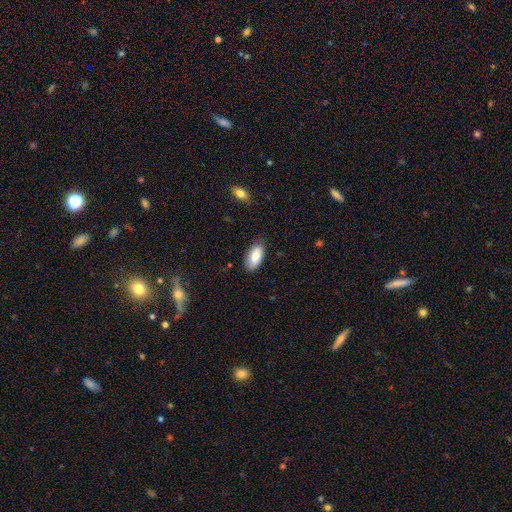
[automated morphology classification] type=smooth (82%); roundness=in between (92%); merging=none (82%).